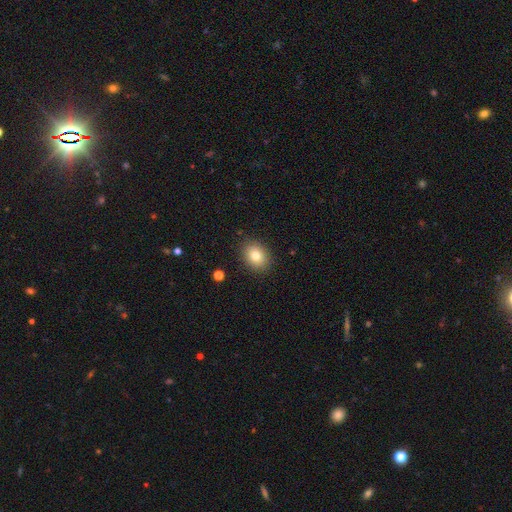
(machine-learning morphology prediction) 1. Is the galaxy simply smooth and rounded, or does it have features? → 80% smooth, 10% star or artifact, 10% featured or disk.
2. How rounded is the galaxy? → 52% in between, 47% round, 1% cigar-shaped.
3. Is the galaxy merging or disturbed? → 88% none, 8% minor disturbance, 2% major disturbance, 1% merger.